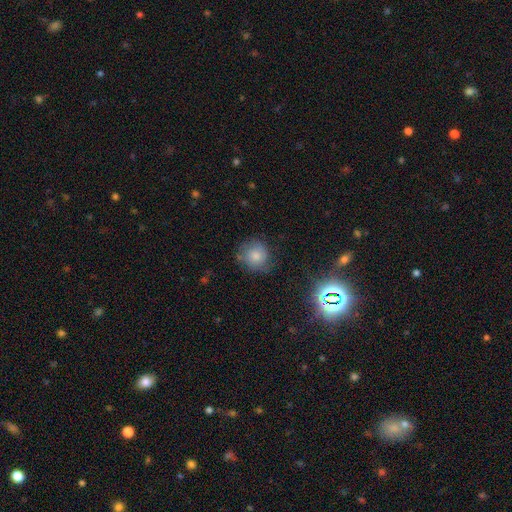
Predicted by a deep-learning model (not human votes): A smooth galaxy with no disk features (76%) that is round (88%). Merging: none (67%).